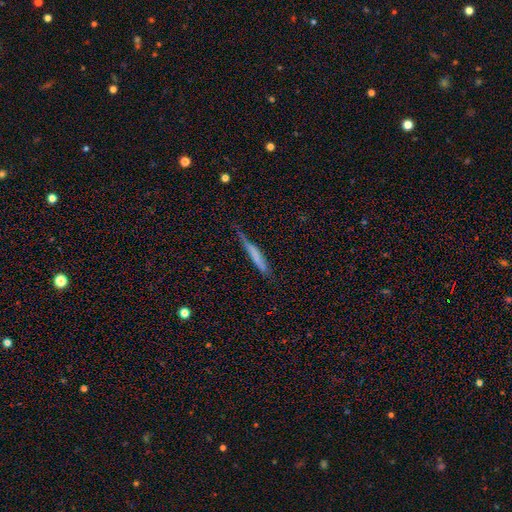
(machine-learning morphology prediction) This appears to be a smooth galaxy with no disk features (59%) that is cigar-shaped (94%). Merging: none (61%).